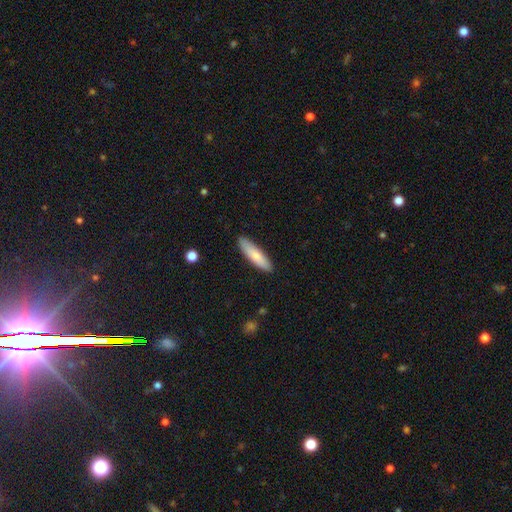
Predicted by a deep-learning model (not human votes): A smooth galaxy with no disk features (77%) that is cigar-shaped (72%). Merging: none (89%).